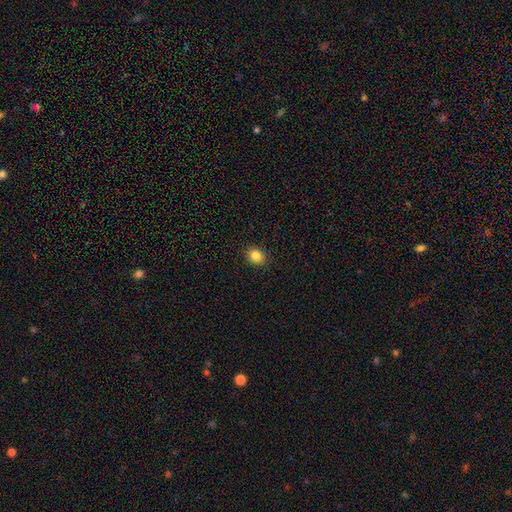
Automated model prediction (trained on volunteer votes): A smooth galaxy with no disk features (85%) that is round (59%).

Vote fractions:
- Smooth or featured? smooth: 85% / star or artifact: 10% / featured or disk: 5%
- How rounded? round: 59% / in between: 41% / cigar-shaped: 1%
- Merging? none: 91% / minor disturbance: 7% / major disturbance: 2% / merger: 1%